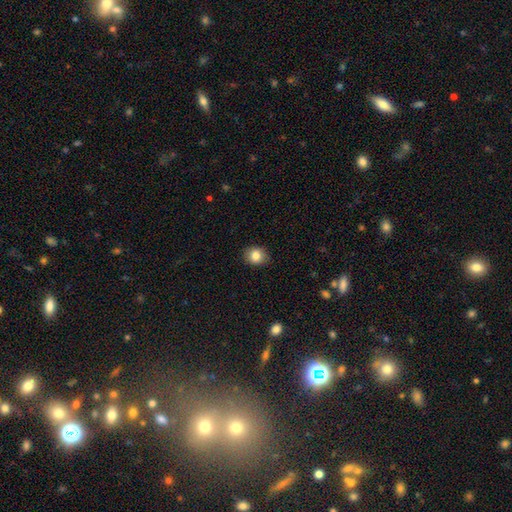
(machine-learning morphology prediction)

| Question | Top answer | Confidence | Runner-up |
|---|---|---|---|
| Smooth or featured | smooth | 83% | star or artifact (9%) |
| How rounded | round | 66% | in between (33%) |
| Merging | none | 87% | minor disturbance (10%) |